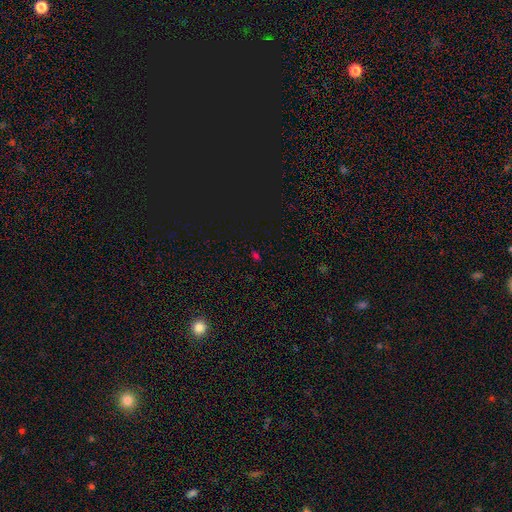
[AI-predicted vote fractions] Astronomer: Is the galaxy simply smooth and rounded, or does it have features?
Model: star or artifact — 53% (runner-up: smooth, 39%).